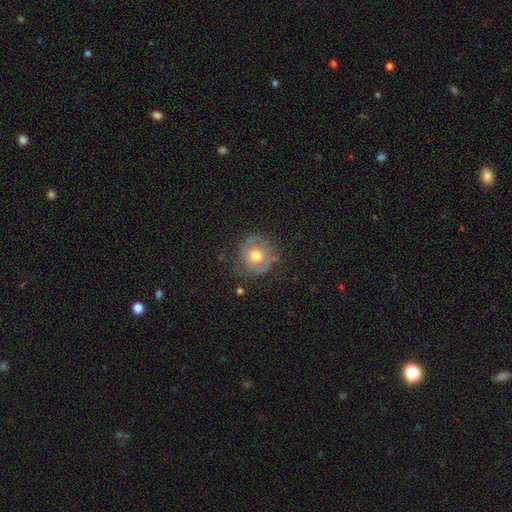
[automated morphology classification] type=smooth (49%); merging=none (71%).